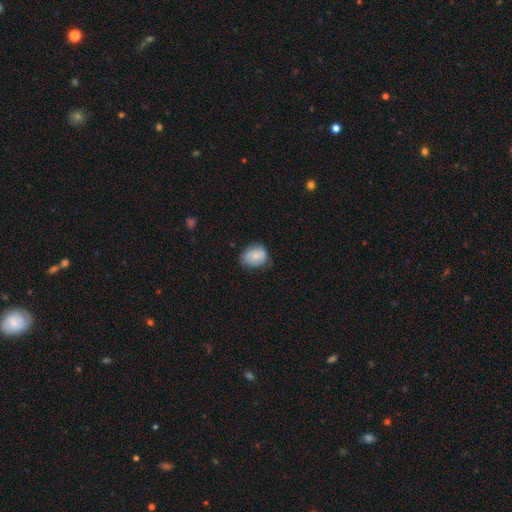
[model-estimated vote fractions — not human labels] A smooth galaxy with no disk features (77%) that is in between round and cigar-shaped (52%). Merging: none (58%).